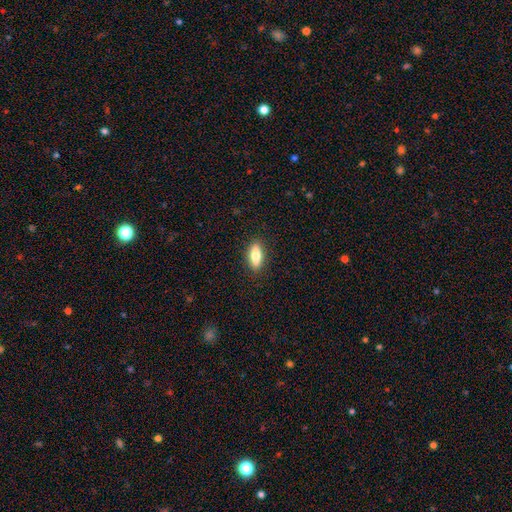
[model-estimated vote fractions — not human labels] Q: Smooth or featured?
A: smooth (73%); runner-up: featured or disk (20%)
Q: How rounded?
A: in between (72%); runner-up: cigar-shaped (24%)
Q: Merging?
A: none (88%); runner-up: minor disturbance (9%)